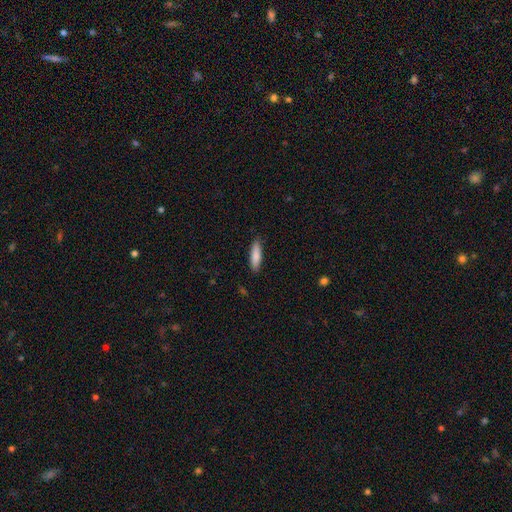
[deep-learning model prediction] Morphology: type=smooth (84%); roundness=cigar-shaped (66%); merging=none (87%).